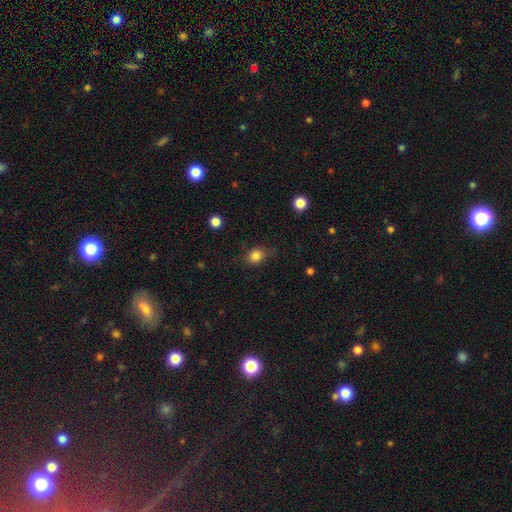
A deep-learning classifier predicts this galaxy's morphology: smooth_or_featured: smooth (p=0.84) [alt: star or artifact p=0.11]
how_rounded: round (p=0.59) [alt: in between p=0.40]
merging: none (p=0.76) [alt: minor disturbance p=0.17]